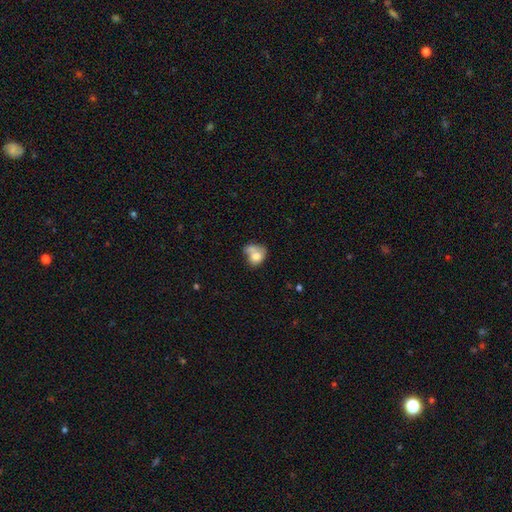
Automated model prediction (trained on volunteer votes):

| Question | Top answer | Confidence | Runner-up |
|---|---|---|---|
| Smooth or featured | smooth | 74% | featured or disk (18%) |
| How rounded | in between | 50% | round (48%) |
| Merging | merger | 51% | none (23%) |